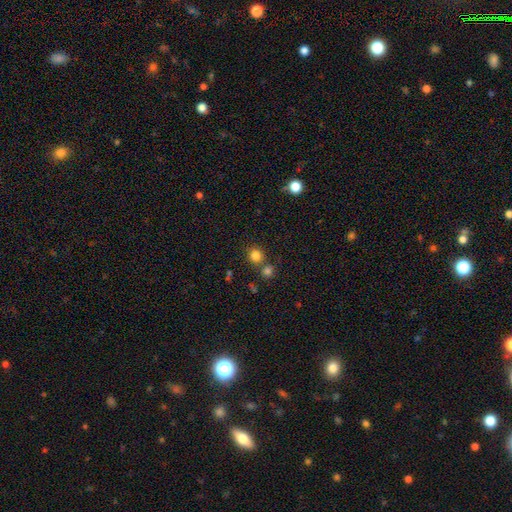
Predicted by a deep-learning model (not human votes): Smooth or featured?
  - smooth: 81% *
  - star or artifact: 13%
  - featured or disk: 5%
How rounded?
  - round: 90% *
  - in between: 9%
  - cigar-shaped: 1%
Merging?
  - none: 72% *
  - merger: 18%
  - minor disturbance: 7%
  - major disturbance: 3%